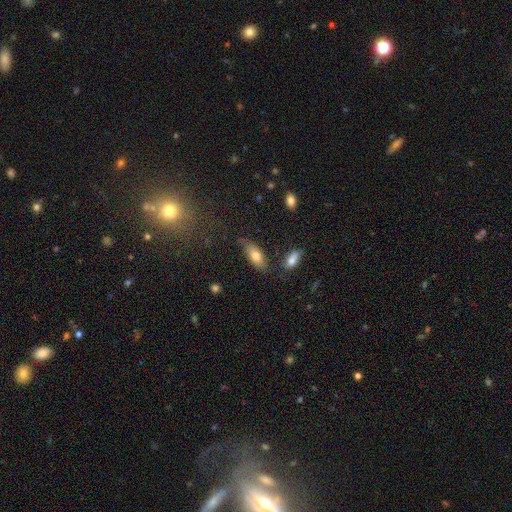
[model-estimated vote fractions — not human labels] Overall: smooth (77%). How rounded: in between (83%). Merging: none (70%).